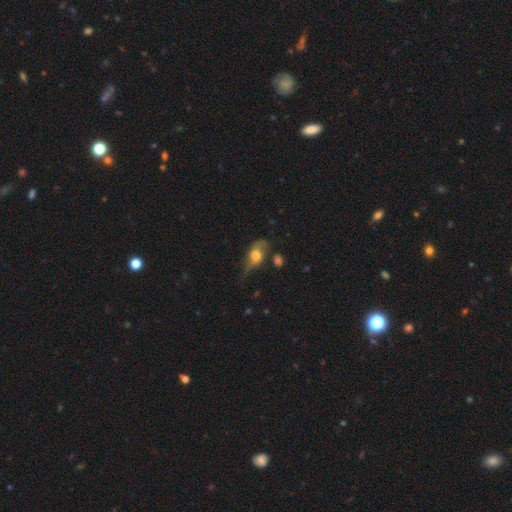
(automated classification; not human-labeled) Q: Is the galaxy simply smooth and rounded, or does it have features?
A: smooth — 55%.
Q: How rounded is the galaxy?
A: in between — 79%.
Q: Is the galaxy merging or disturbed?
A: none — 42%.